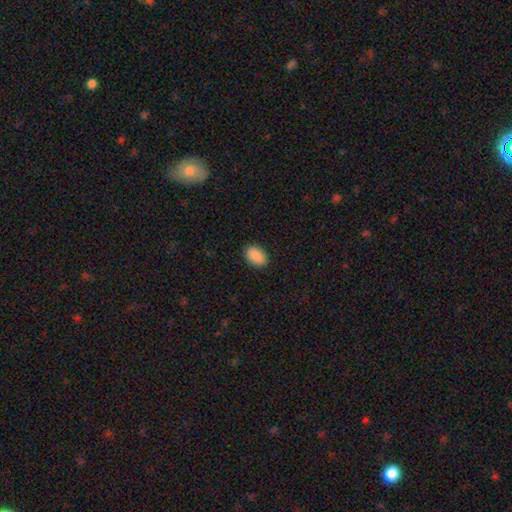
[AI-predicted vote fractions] The model was most divided on "merging": none: 88%, minor disturbance: 9%, major disturbance: 2%, merger: 1%. More confident: how rounded — in between (90%); smooth or featured — smooth (90%).